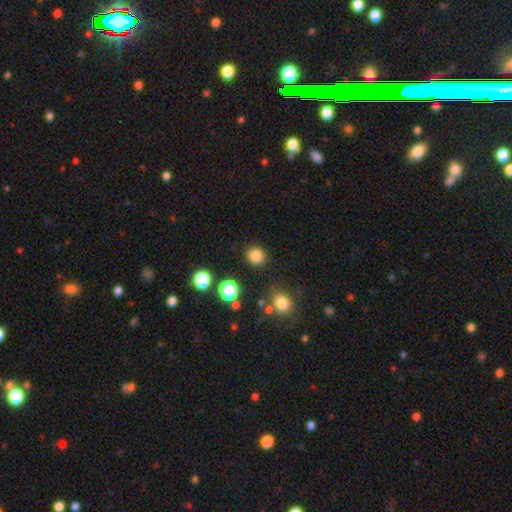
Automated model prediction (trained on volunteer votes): Q: Smooth or featured?
A: smooth (83%); runner-up: star or artifact (13%)
Q: How rounded?
A: round (86%); runner-up: in between (13%)
Q: Merging?
A: none (87%); runner-up: minor disturbance (8%)